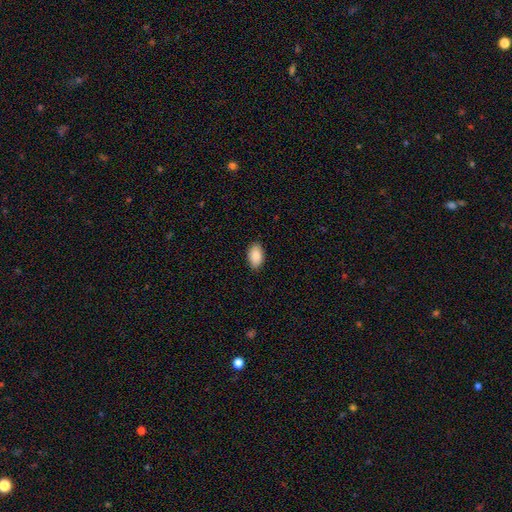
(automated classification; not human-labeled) smooth_or_featured: smooth (p=0.89) [alt: star or artifact p=0.06]
how_rounded: in between (p=0.94) [alt: round p=0.05]
merging: none (p=0.88) [alt: minor disturbance p=0.09]